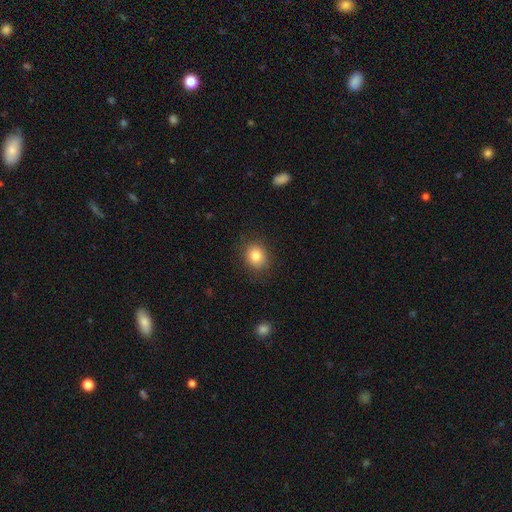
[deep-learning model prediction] Smooth or featured? Predicted: smooth (p=0.83). How rounded? Predicted: round (p=0.63). Merging? Predicted: none (p=0.86).